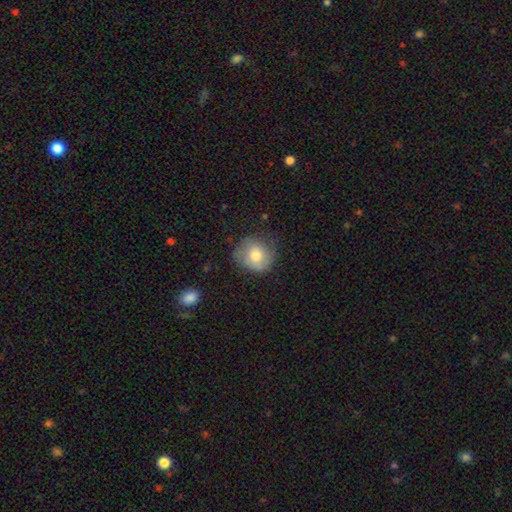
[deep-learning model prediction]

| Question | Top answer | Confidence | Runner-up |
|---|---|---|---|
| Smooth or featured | smooth | 68% | featured or disk (25%) |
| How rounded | round | 77% | in between (22%) |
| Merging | none | 63% | minor disturbance (26%) |